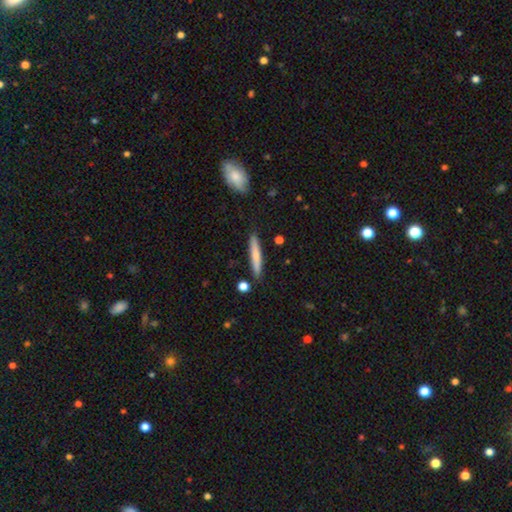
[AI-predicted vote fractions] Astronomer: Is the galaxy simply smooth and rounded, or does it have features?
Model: smooth — 67%.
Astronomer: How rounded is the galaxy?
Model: cigar-shaped — 93%.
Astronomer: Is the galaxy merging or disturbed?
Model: none — 87%.